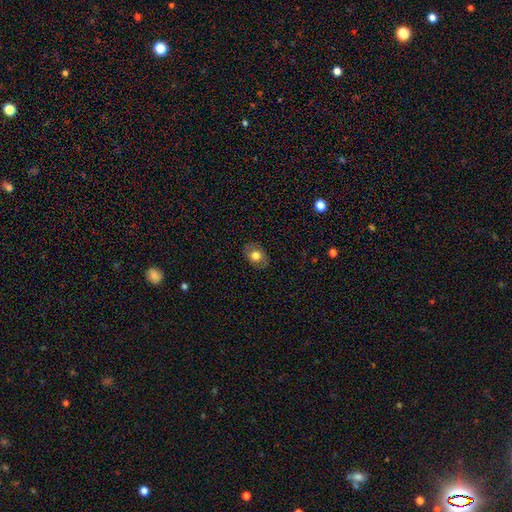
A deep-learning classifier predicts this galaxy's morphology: Smooth or featured: smooth — 73% (featured or disk — 18%)
How rounded: in between — 63% (round — 35%)
Merging: none — 82% (minor disturbance — 13%)